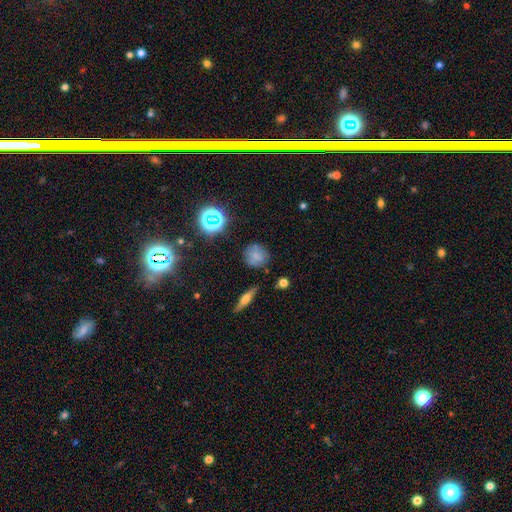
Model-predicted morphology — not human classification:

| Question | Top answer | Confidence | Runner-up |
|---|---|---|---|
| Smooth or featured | smooth | 69% | star or artifact (17%) |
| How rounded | round | 85% | in between (14%) |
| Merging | none | 78% | minor disturbance (15%) |